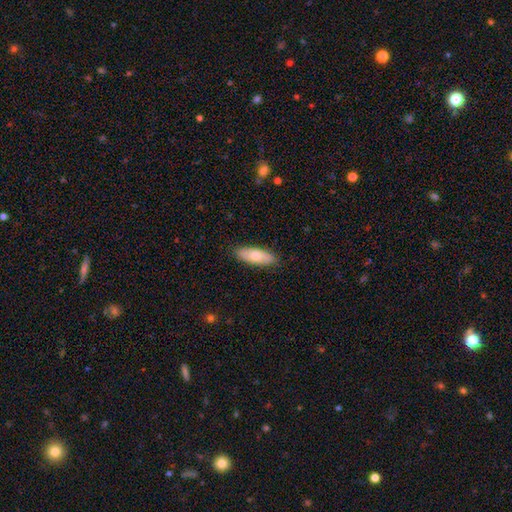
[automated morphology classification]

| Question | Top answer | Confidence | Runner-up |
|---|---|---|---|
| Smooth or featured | smooth | 74% | featured or disk (21%) |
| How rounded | in between | 63% | cigar-shaped (35%) |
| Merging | none | 87% | minor disturbance (10%) |